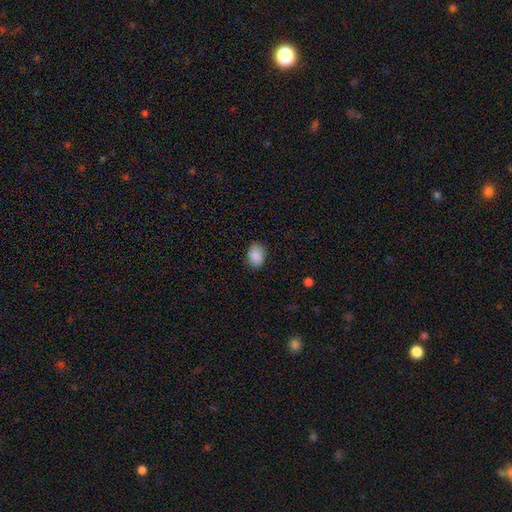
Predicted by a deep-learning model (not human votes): A smooth galaxy with no disk features (88%) that is in between round and cigar-shaped (72%). Merging: none (83%).